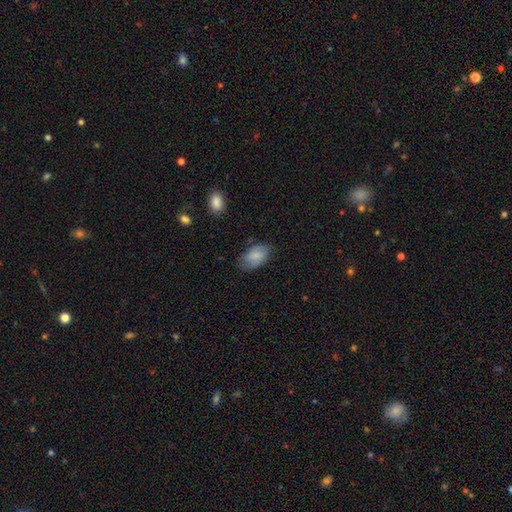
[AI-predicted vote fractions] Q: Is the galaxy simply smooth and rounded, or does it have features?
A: smooth — 66%.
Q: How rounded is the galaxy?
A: in between — 92%.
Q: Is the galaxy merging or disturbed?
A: none — 70%.